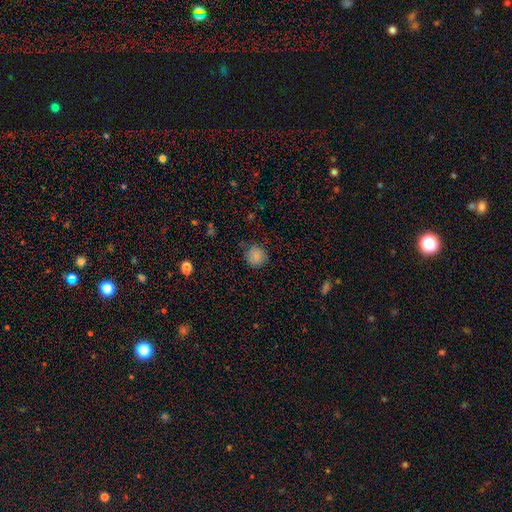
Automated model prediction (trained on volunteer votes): Smooth or featured? smooth (85%)
How rounded? round (88%)
Merging? none (82%)